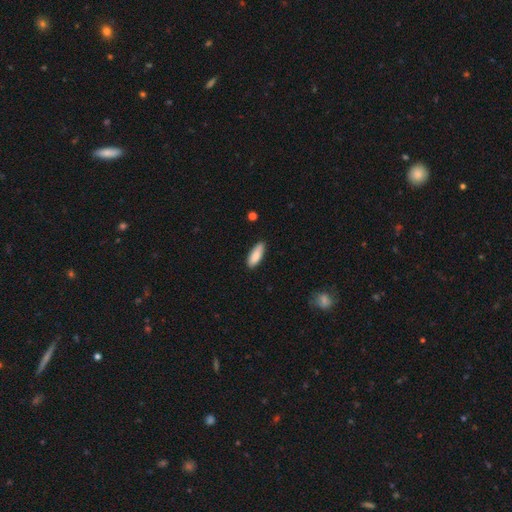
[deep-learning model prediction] smooth 88%, featured or disk 7%, star or artifact 6%. Down the decision tree: how rounded — in between (67%); merging — none (86%).